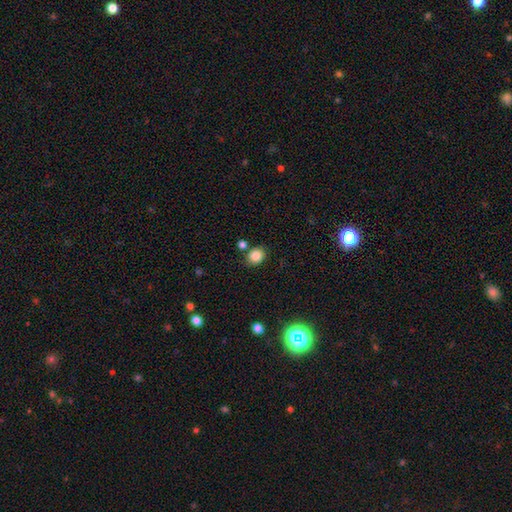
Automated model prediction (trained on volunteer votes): Smooth or featured?
  - smooth: 85% *
  - star or artifact: 10%
  - featured or disk: 5%
How rounded?
  - round: 55% *
  - in between: 44%
  - cigar-shaped: 1%
Merging?
  - none: 78% *
  - minor disturbance: 11%
  - merger: 8%
  - major disturbance: 3%